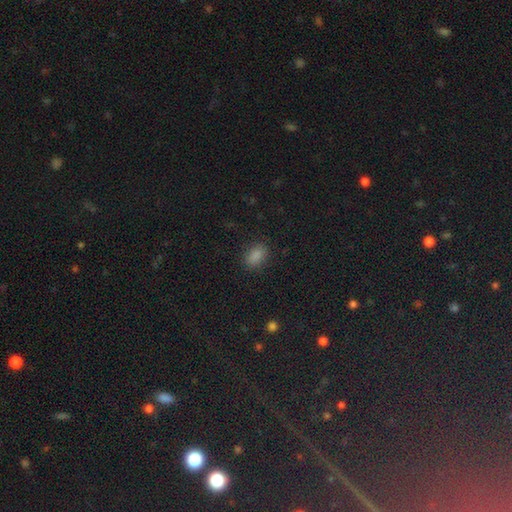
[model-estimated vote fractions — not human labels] Smooth or featured: smooth — 85% (star or artifact — 12%)
How rounded: in between — 84% (round — 14%)
Merging: none — 84% (minor disturbance — 11%)